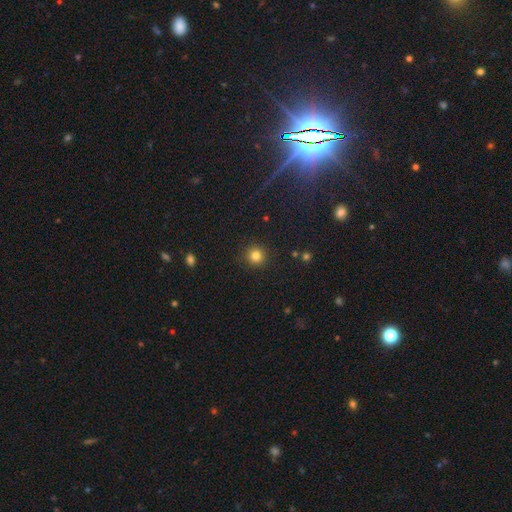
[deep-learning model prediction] This appears to be a smooth galaxy with no disk features (83%) that is round (94%). Merging: none (91%).